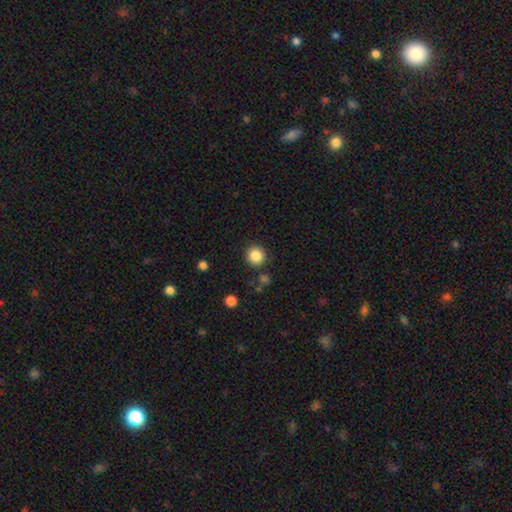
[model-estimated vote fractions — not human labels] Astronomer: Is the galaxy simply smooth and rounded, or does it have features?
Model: smooth — 86%.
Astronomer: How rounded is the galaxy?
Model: round — 94%.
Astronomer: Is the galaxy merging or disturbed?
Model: none — 88%.